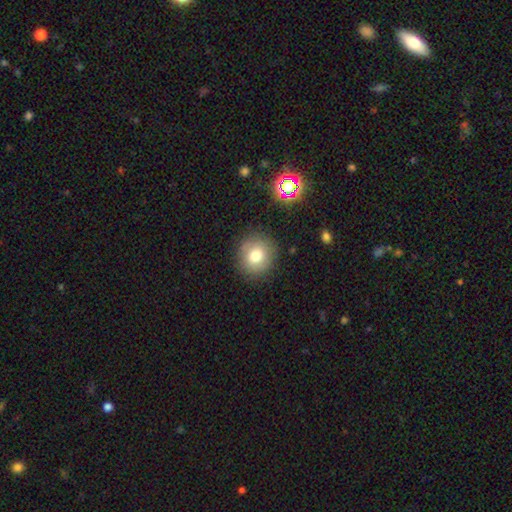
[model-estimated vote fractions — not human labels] smooth-or-featured: smooth: 76% | featured or disk: 12% | star or artifact: 12%
  how-rounded: round: 87% | in between: 12% | cigar-shaped: 1%
  merging: none: 87% | minor disturbance: 9% | major disturbance: 3% | merger: 2%